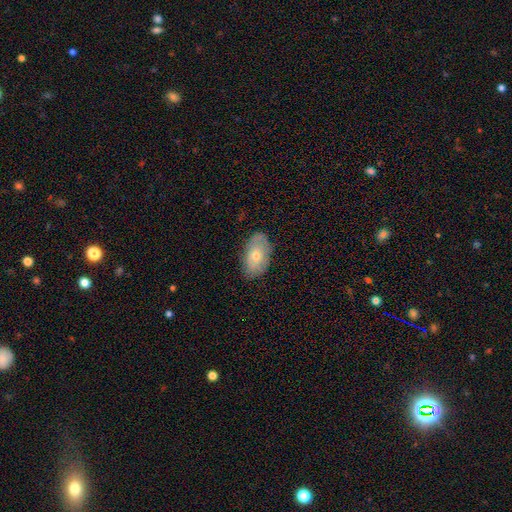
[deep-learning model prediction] Morphology: type=smooth (60%); roundness=in between (92%); merging=none (80%).